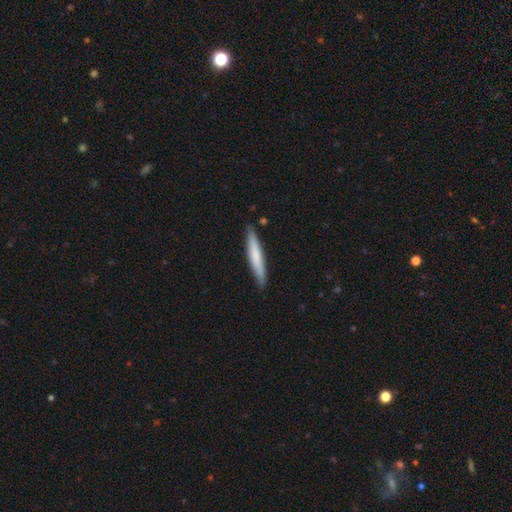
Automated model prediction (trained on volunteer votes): smooth_or_featured: smooth (p=0.68) [alt: featured or disk p=0.27]
how_rounded: cigar-shaped (p=0.94) [alt: in between p=0.05]
merging: none (p=0.89) [alt: minor disturbance p=0.08]